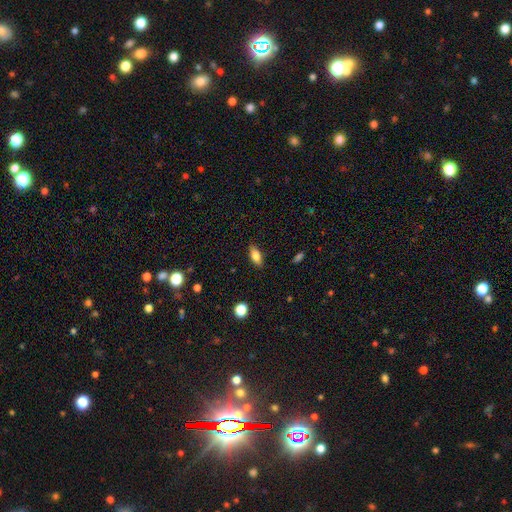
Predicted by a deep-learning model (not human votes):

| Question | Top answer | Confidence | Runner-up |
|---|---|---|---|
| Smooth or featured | smooth | 76% | featured or disk (16%) |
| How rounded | in between | 80% | cigar-shaped (16%) |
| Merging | none | 86% | minor disturbance (10%) |